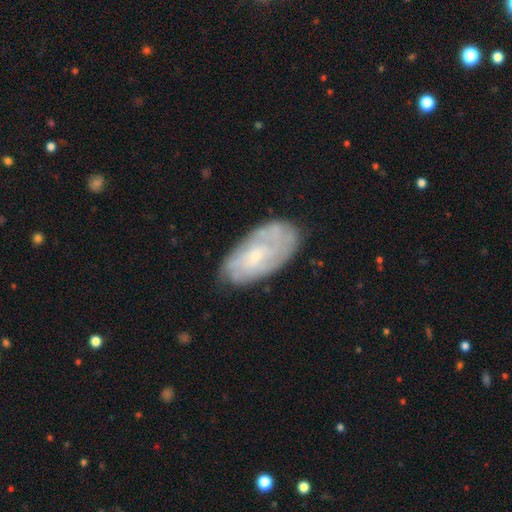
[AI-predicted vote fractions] smooth_or_featured: featured or disk (p=0.62) [alt: smooth p=0.31]
disk_edge_on: no (p=0.92) [alt: yes p=0.08]
bar: no (p=0.72) [alt: weak p=0.24]
has_spiral_arms: yes (p=0.74) [alt: no p=0.26]
bulge_size: small (p=0.71) [alt: moderate p=0.22]
merging: none (p=0.73) [alt: minor disturbance p=0.20]